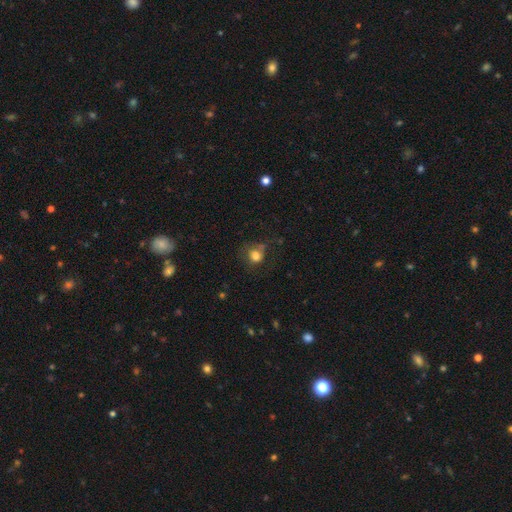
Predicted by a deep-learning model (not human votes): smooth 76%, star or artifact 13%, featured or disk 12%. Down the decision tree: how rounded — round (74%); merging — none (53%).